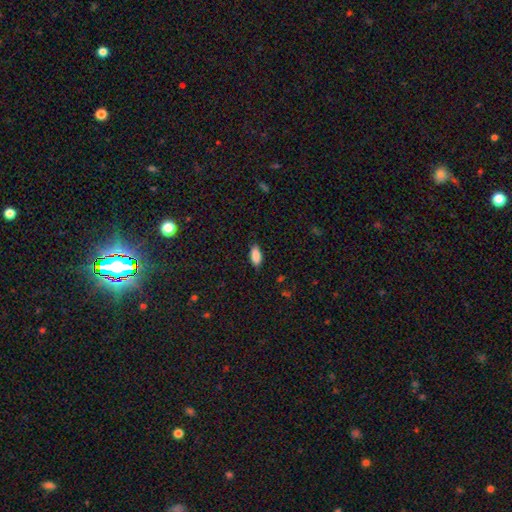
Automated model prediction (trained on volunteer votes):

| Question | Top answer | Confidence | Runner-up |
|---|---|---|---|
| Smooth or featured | smooth | 88% | star or artifact (7%) |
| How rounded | in between | 88% | cigar-shaped (10%) |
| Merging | none | 85% | minor disturbance (12%) |